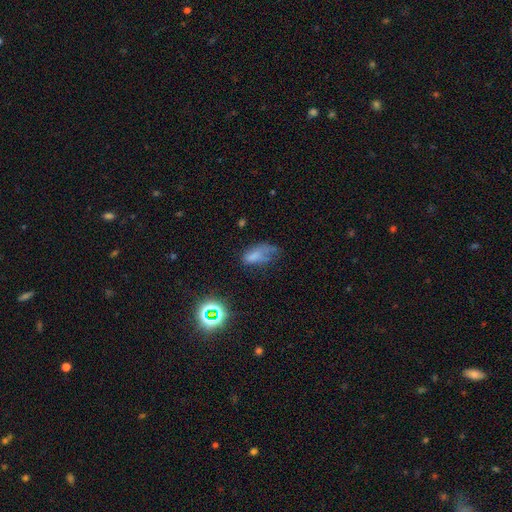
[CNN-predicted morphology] A smooth galaxy with no disk features (61%) that is in between round and cigar-shaped (86%).

Vote fractions:
- Smooth or featured? smooth: 61% / featured or disk: 20% / star or artifact: 19%
- How rounded? in between: 86% / round: 8% / cigar-shaped: 6%
- Merging? major disturbance: 36% / minor disturbance: 30% / none: 29% / merger: 5%